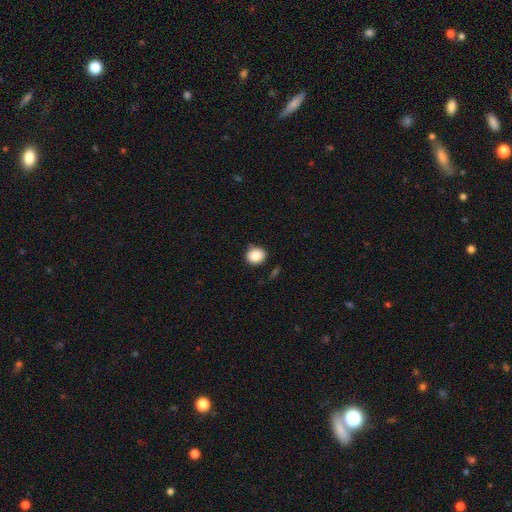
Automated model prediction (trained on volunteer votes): A smooth galaxy with no disk features (87%) that is round (76%).

Vote fractions:
- Smooth or featured? smooth: 87% / star or artifact: 9% / featured or disk: 5%
- How rounded? round: 76% / in between: 23% / cigar-shaped: 1%
- Merging? none: 79% / minor disturbance: 15% / major disturbance: 3% / merger: 2%